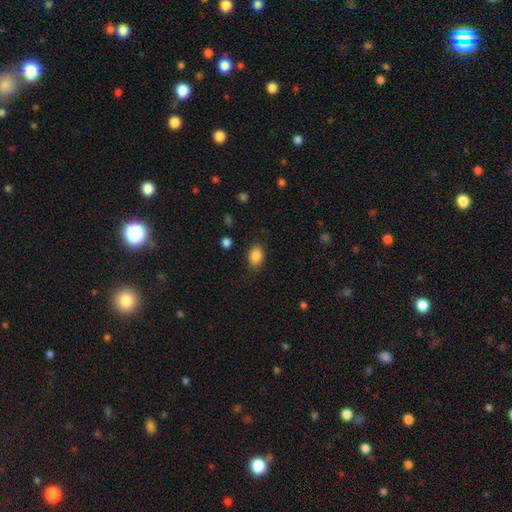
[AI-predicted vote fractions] smooth 87%, star or artifact 9%, featured or disk 4%. Down the decision tree: how rounded — in between (71%); merging — none (79%).